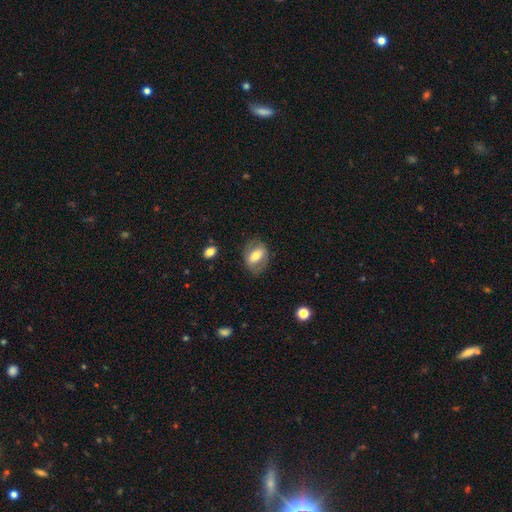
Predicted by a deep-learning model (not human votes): A smooth galaxy with no disk features (57%) that is in between round and cigar-shaped (76%). Merging: none (74%).